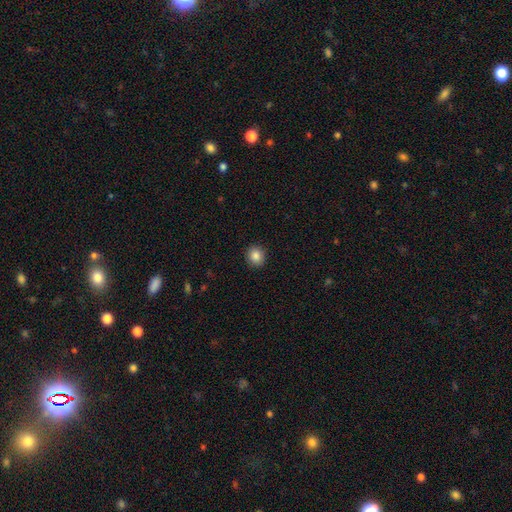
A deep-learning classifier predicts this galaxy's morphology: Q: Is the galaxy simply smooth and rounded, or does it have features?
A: smooth — 86%.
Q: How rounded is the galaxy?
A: round — 80%.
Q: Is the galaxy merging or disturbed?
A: none — 91%.